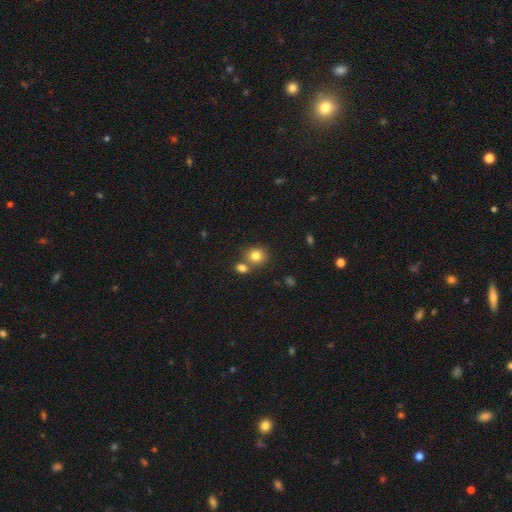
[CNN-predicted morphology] Q: Smooth or featured?
A: smooth (81%); runner-up: star or artifact (11%)
Q: How rounded?
A: round (81%); runner-up: in between (18%)
Q: Merging?
A: none (62%); runner-up: merger (26%)